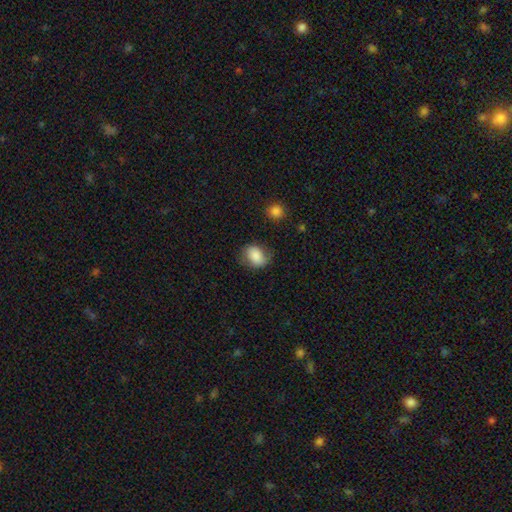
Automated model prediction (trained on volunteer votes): A smooth galaxy with no disk features (81%) that is in between round and cigar-shaped (63%). Merging: none (64%).